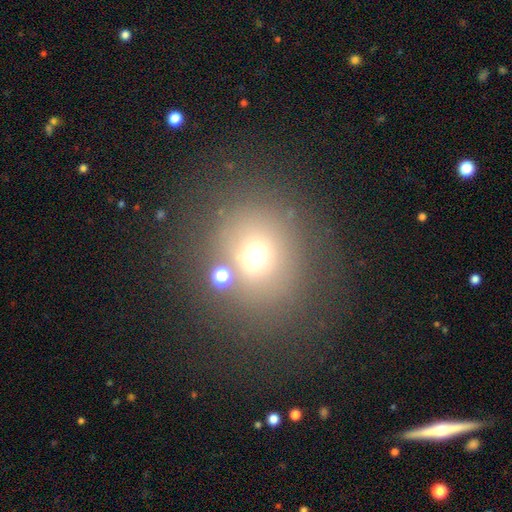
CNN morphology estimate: type=smooth (65%); roundness=round (76%); merging=none (68%).